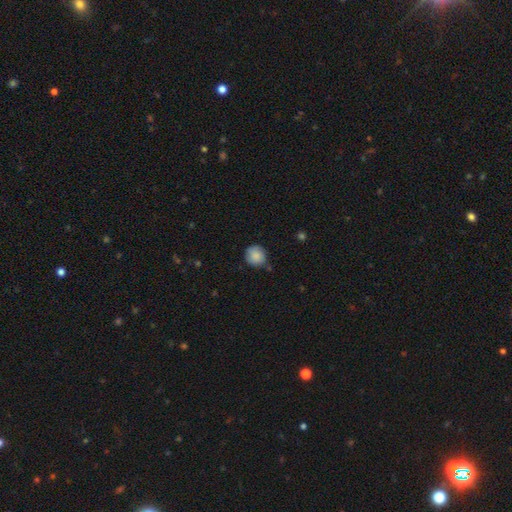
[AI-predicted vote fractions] Smooth or featured?
  - smooth: 86% *
  - star or artifact: 7%
  - featured or disk: 6%
How rounded?
  - round: 90% *
  - in between: 9%
  - cigar-shaped: 1%
Merging?
  - none: 72% *
  - minor disturbance: 21%
  - major disturbance: 4%
  - merger: 3%